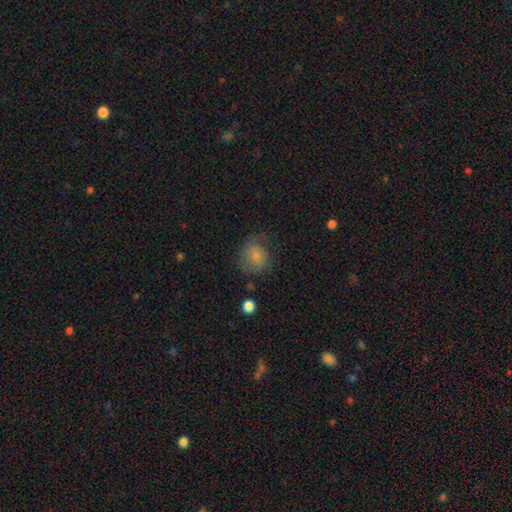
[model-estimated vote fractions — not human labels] A smooth galaxy with no disk features (77%) that is round (78%).

Vote fractions:
- Smooth or featured? smooth: 77% / featured or disk: 13% / star or artifact: 10%
- How rounded? round: 78% / in between: 21% / cigar-shaped: 1%
- Merging? none: 63% / minor disturbance: 23% / major disturbance: 12% / merger: 2%